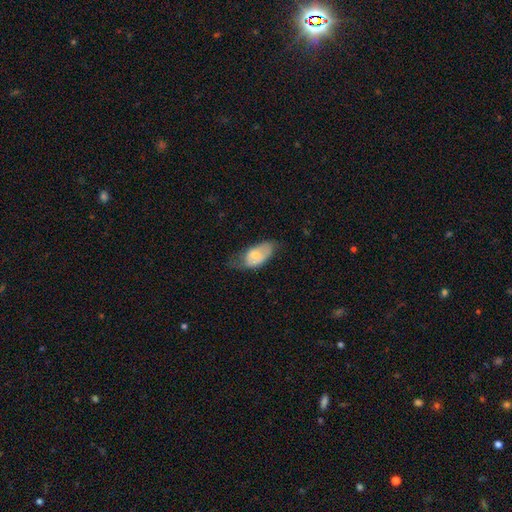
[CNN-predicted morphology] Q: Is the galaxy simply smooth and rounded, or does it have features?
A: smooth — 59%.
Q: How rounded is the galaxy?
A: in between — 92%.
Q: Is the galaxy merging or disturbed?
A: none — 42%.